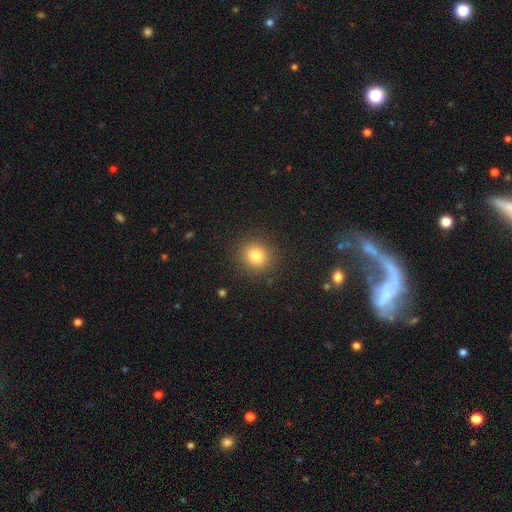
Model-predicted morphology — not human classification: The model was most divided on "how rounded": round: 83%, in between: 16%, cigar-shaped: 1%. More confident: merging — none (90%); smooth or featured — smooth (83%).